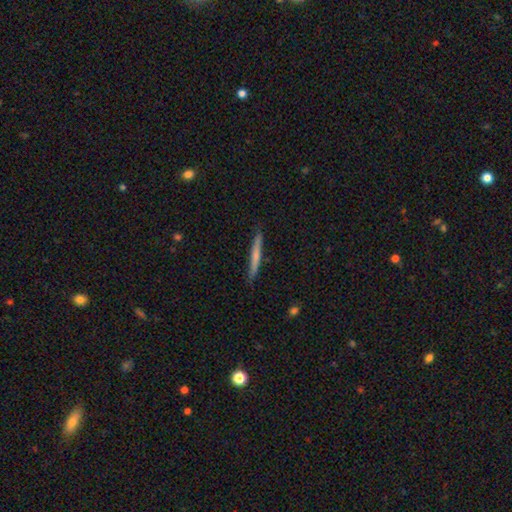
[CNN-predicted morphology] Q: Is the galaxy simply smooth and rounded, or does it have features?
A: smooth — 57%.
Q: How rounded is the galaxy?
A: cigar-shaped — 96%.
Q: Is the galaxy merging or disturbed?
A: none — 88%.